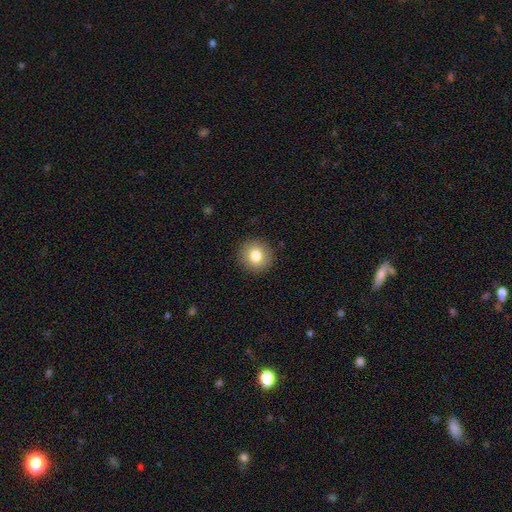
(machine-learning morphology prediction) This is clearly a smooth galaxy (80%). How rounded: clearly round (90%). Merging: clearly none (91%).